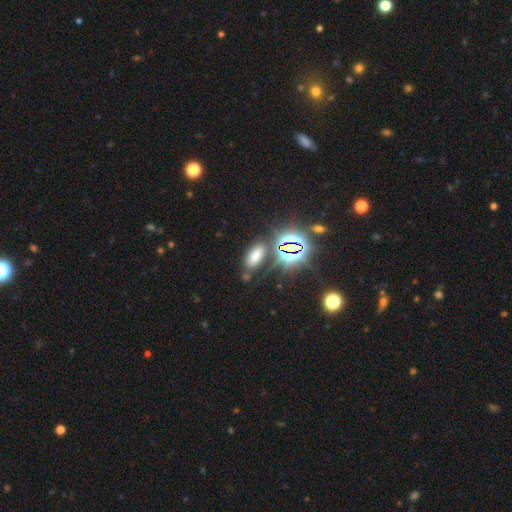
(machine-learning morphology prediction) type=smooth (53%); roundness=in between (84%); merging=none (75%).